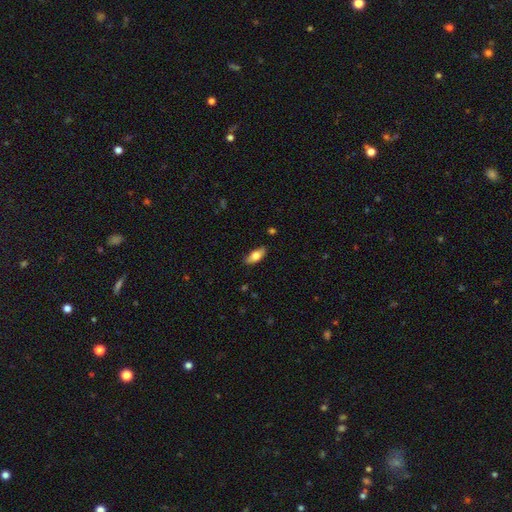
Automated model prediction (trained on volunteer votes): Morphology: type=smooth (73%); roundness=in between (82%); merging=none (85%).